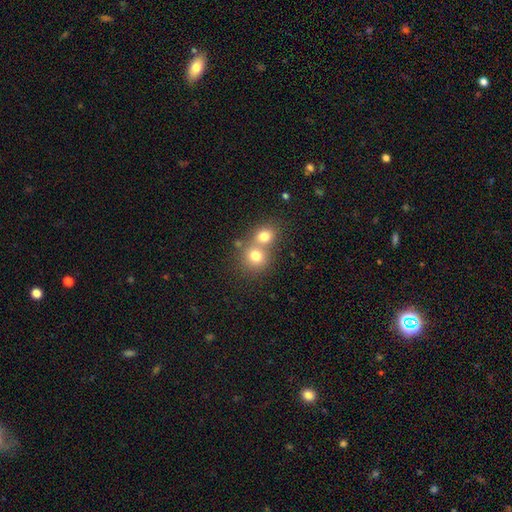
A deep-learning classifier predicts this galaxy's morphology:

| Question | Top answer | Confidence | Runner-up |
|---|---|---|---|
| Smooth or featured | smooth | 76% | featured or disk (12%) |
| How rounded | round | 81% | in between (18%) |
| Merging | merger | 54% | none (38%) |